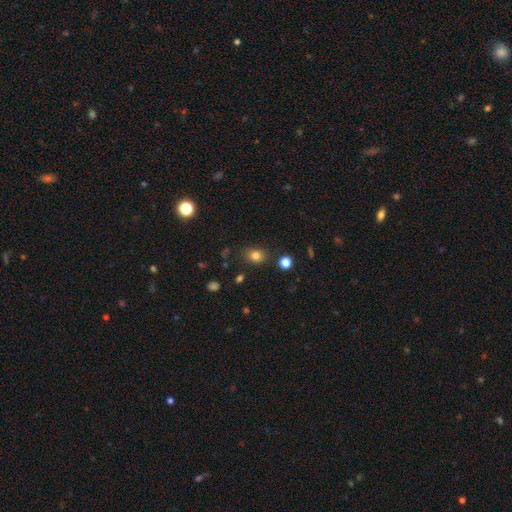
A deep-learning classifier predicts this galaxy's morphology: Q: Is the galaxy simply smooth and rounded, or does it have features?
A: smooth — 80%.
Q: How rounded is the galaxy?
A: round — 55%.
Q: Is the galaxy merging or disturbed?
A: none — 83%.